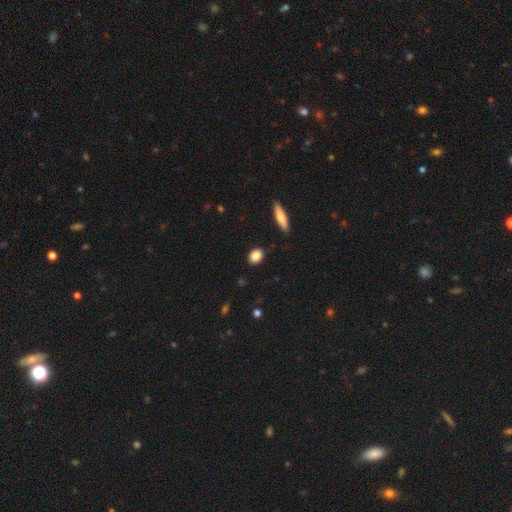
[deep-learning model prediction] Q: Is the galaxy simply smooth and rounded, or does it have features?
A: smooth — 88%.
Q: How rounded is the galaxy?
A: in between — 64%.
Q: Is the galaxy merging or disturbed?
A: none — 88%.